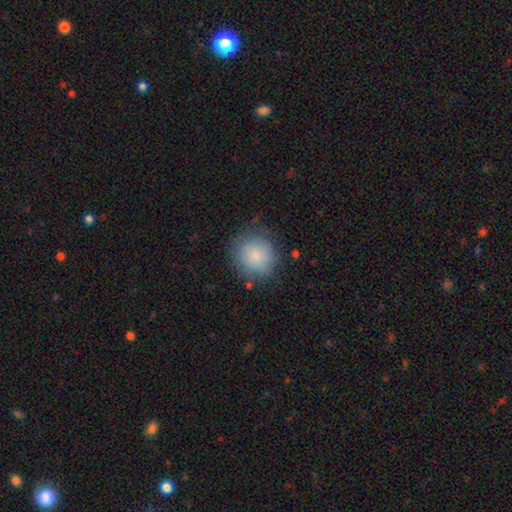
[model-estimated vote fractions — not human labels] A smooth galaxy with no disk features (83%) that is round (88%). Merging: none (77%).